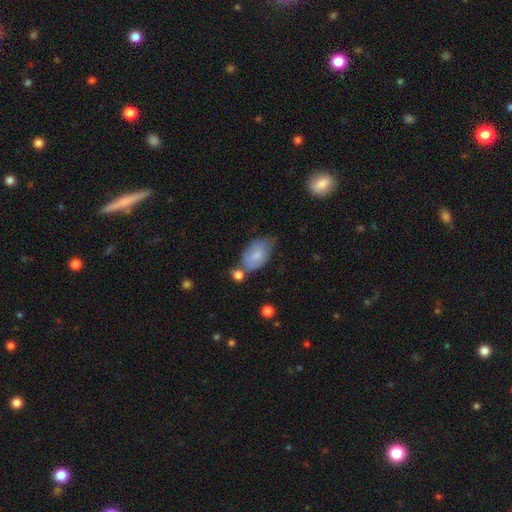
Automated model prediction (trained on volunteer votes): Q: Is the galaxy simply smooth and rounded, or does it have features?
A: smooth — 75%.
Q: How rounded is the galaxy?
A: in between — 90%.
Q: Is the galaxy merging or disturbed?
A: none — 44%.